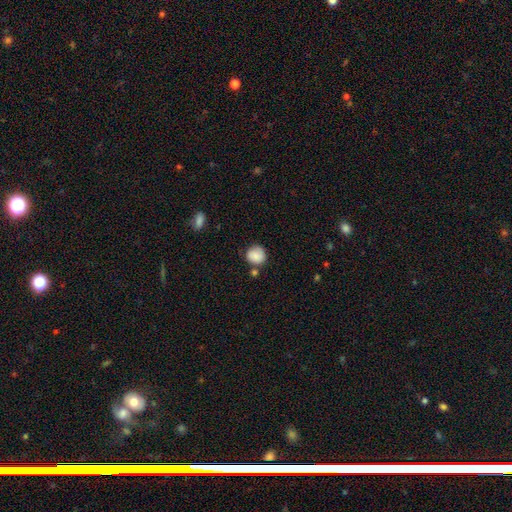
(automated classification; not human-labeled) This is clearly a smooth galaxy (84%). How rounded: clearly round (87%). Merging: likely none (68%).